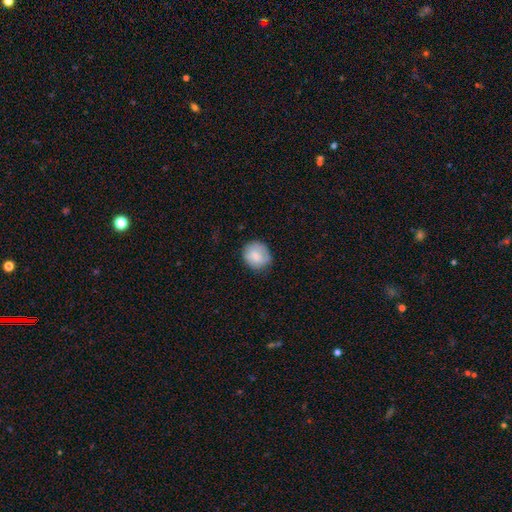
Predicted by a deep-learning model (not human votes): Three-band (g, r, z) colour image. It shows a smooth galaxy with no disk features (81%) that is round (76%). Merging: none (74%).